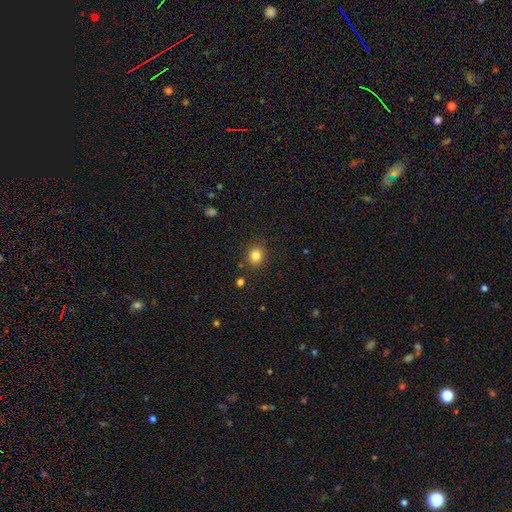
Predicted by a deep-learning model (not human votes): A smooth galaxy with no disk features (82%) that is round (70%).

Vote fractions:
- Smooth or featured? smooth: 82% / star or artifact: 12% / featured or disk: 6%
- How rounded? round: 70% / in between: 30% / cigar-shaped: 1%
- Merging? none: 87% / minor disturbance: 8% / merger: 2% / major disturbance: 2%